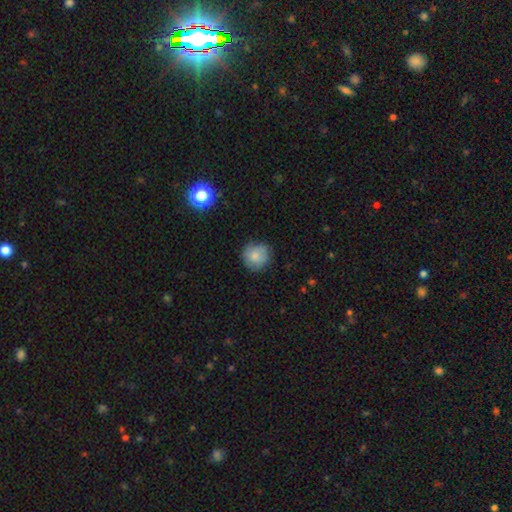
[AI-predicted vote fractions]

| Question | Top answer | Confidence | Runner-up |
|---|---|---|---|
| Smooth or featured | smooth | 80% | featured or disk (11%) |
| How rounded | round | 92% | in between (8%) |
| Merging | none | 78% | minor disturbance (17%) |